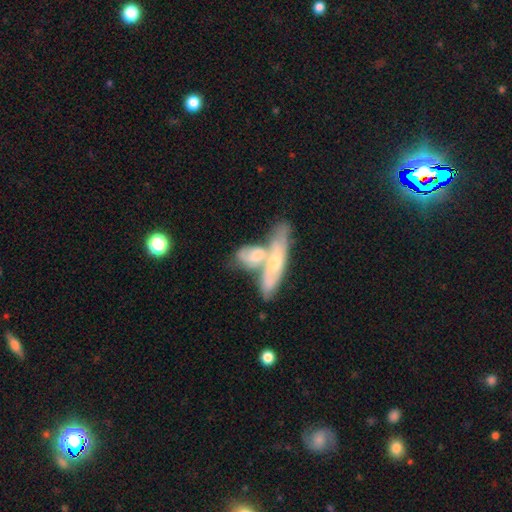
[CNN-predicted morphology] The model was most divided on "smooth or featured": smooth: 49%, featured or disk: 45%, star or artifact: 6%. More confident: merging — merger (66%).